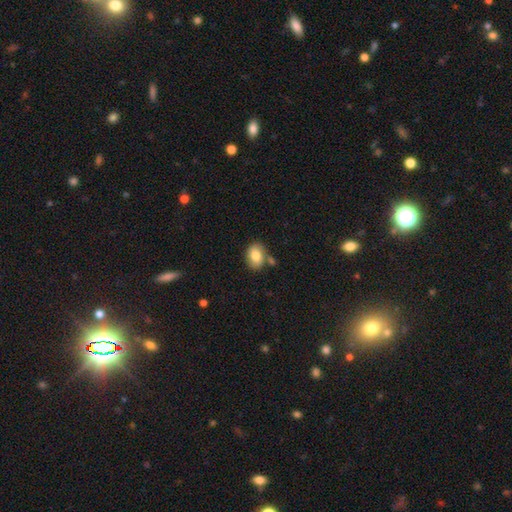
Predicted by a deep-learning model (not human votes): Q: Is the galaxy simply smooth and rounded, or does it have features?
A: smooth — 81%.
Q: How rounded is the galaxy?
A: in between — 76%.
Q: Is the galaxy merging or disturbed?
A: none — 66%.